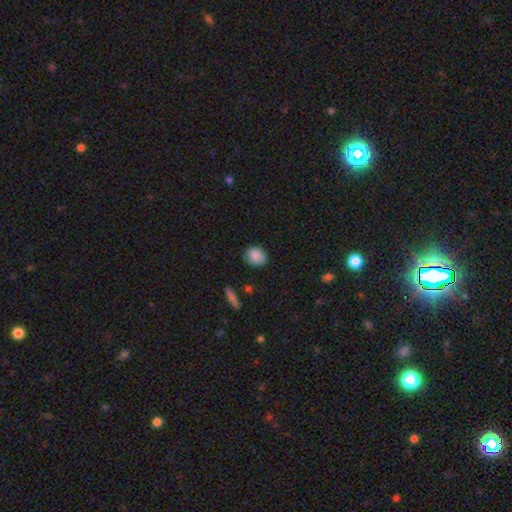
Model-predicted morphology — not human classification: Overall: smooth (87%). How rounded: round (66%; in between 33%). Merging: none (80%).